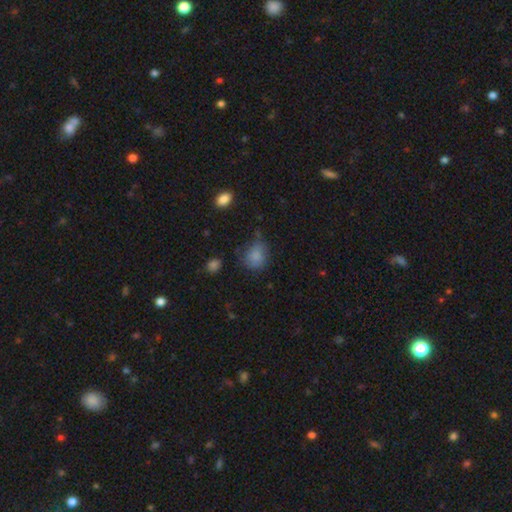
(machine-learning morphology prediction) This appears to be a smooth galaxy with no disk features (80%) that is round (61%). Merging: none (54%).